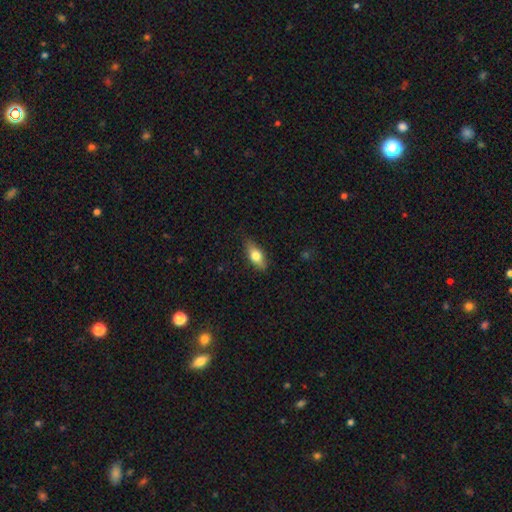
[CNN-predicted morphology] Smooth or featured: smooth — 66% (featured or disk — 28%)
How rounded: in between — 72% (cigar-shaped — 23%)
Merging: none — 83% (minor disturbance — 13%)